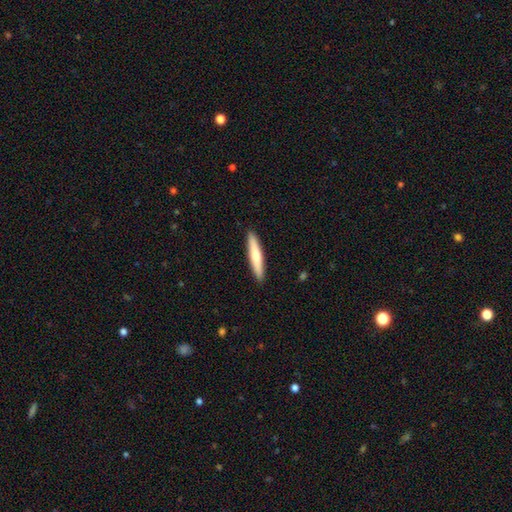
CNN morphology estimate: smooth_or_featured: smooth (p=0.65) [alt: featured or disk p=0.30]
how_rounded: cigar-shaped (p=0.92) [alt: in between p=0.07]
merging: none (p=0.91) [alt: minor disturbance p=0.06]